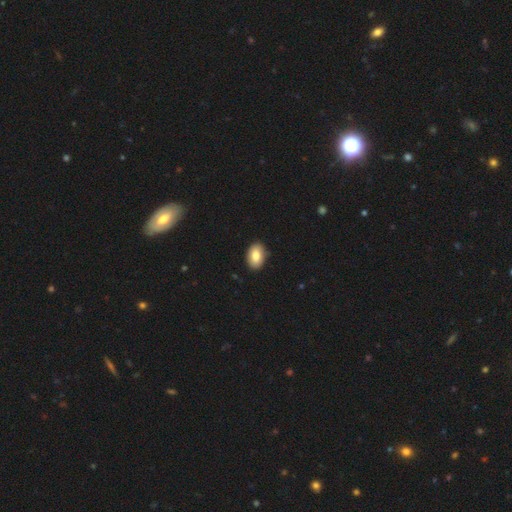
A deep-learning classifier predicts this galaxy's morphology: smooth 84%, featured or disk 9%, star or artifact 7%. Down the decision tree: how rounded — in between (87%); merging — none (89%).